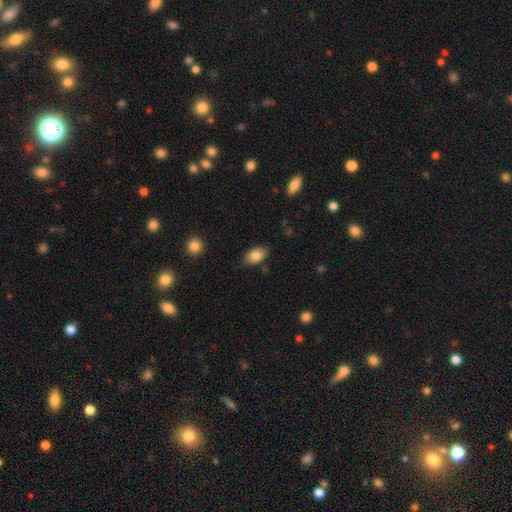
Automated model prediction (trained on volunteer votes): A smooth galaxy with no disk features (85%) that is in between round and cigar-shaped (92%).

Vote fractions:
- Smooth or featured? smooth: 85% / featured or disk: 8% / star or artifact: 7%
- How rounded? in between: 92% / round: 6% / cigar-shaped: 2%
- Merging? none: 80% / minor disturbance: 15% / major disturbance: 3% / merger: 2%